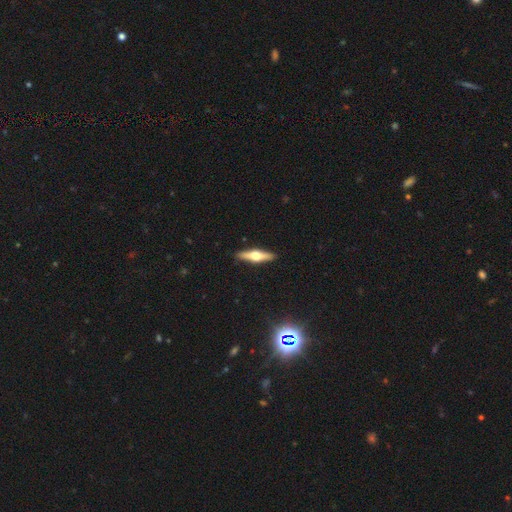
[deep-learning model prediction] featured or disk 65%, smooth 29%, star or artifact 5%. Down the decision tree: edge-on disk — yes (96%); edge-on bulge — rounded (96%); merging — none (92%).